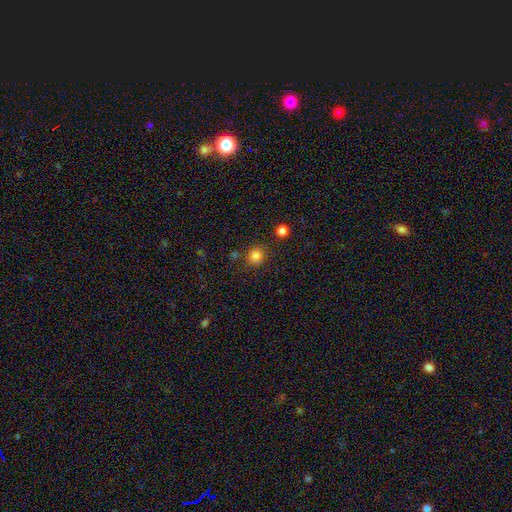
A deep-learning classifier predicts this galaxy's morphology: Smooth or featured? smooth (83%)
How rounded? round (87%)
Merging? none (81%)